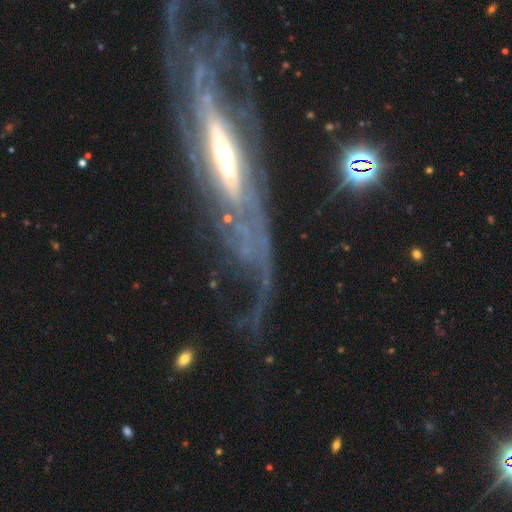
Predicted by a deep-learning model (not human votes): A featured or disk galaxy (80%) with no bar (44%), spiral arms (73%) and a moderate central bulge (48%). Merging: none (42%).